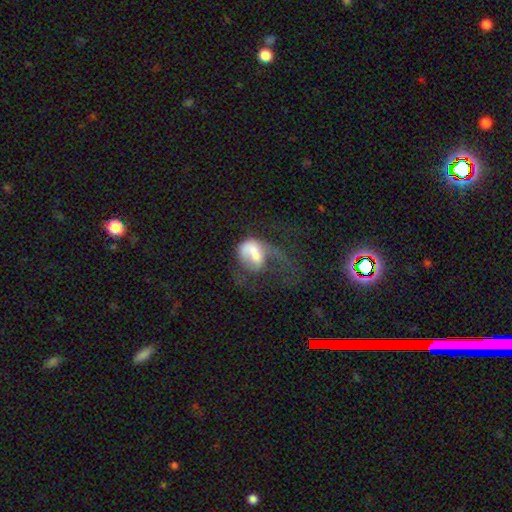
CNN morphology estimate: Q: Smooth or featured?
A: smooth (50%); runner-up: featured or disk (41%)
Q: Merging?
A: major disturbance (55%); runner-up: merger (18%)